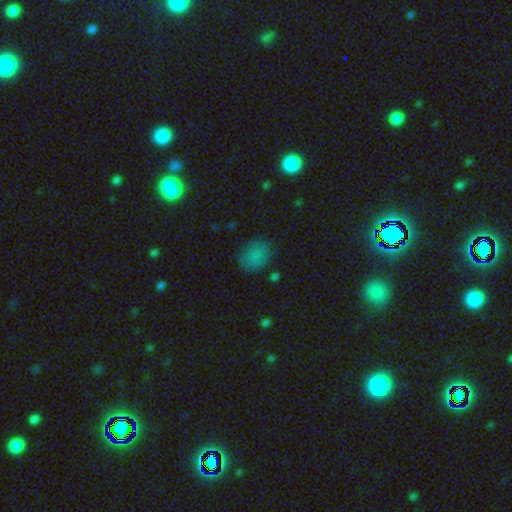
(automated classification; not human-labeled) Smooth or featured?
  - smooth: 80% *
  - star or artifact: 13%
  - featured or disk: 6%
How rounded?
  - round: 54% *
  - in between: 44%
  - cigar-shaped: 1%
Merging?
  - none: 75% *
  - minor disturbance: 18%
  - major disturbance: 5%
  - merger: 2%